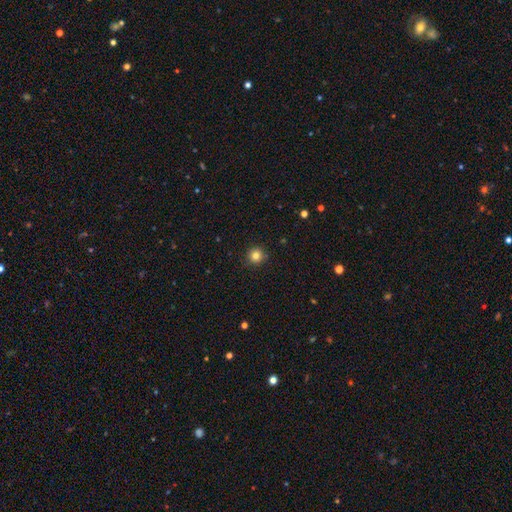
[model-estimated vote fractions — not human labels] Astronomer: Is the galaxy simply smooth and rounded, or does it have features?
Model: smooth — 82%.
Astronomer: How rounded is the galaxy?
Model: round — 95%.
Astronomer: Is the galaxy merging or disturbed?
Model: none — 91%.